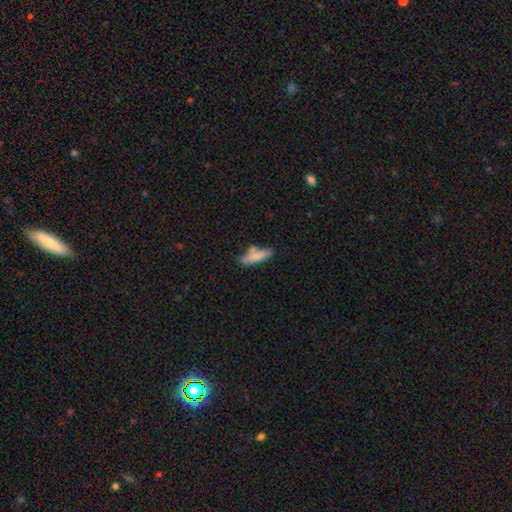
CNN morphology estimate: Overall: smooth (74%). How rounded: cigar-shaped (64%; in between 34%). Merging: none (50%; minor disturbance 23%).